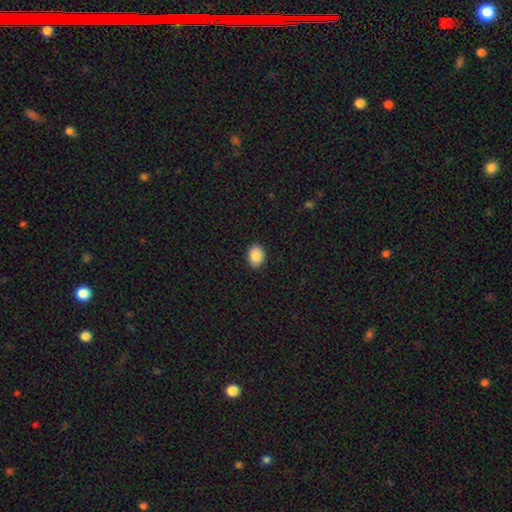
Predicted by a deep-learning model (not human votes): This appears to be a smooth galaxy with no disk features (89%) that is in between round and cigar-shaped (68%). Merging: none (89%).